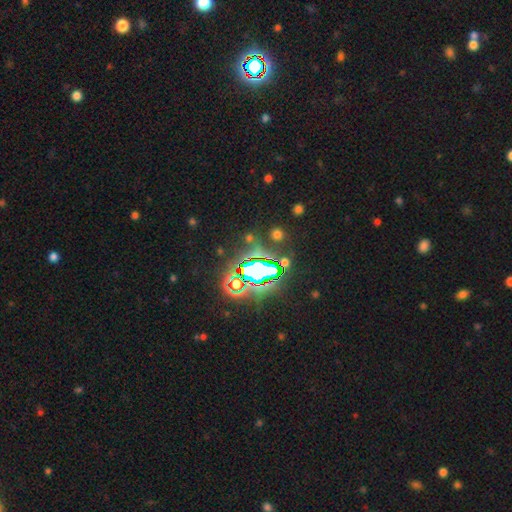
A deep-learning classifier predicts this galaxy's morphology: Smooth or featured?
  - star or artifact: 84% *
  - smooth: 10%
  - featured or disk: 6%